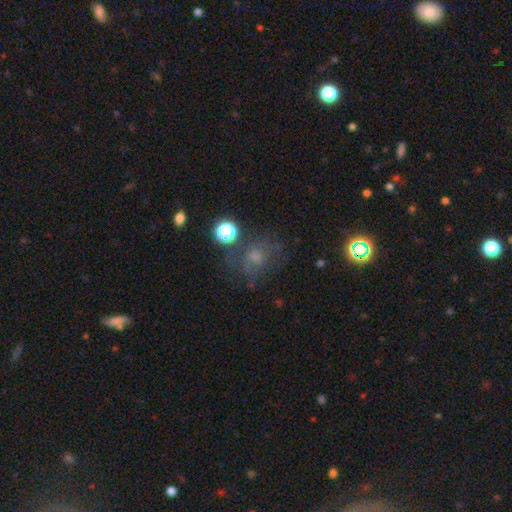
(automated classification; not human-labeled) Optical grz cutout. It shows a smooth galaxy with no disk features (52%) that is round (61%). Merging: none (55%).